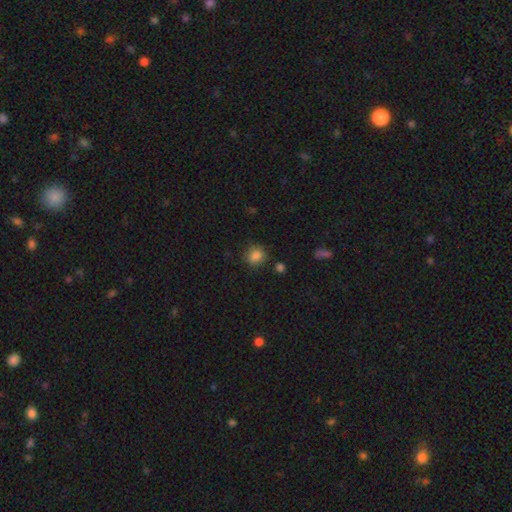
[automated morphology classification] Smooth or featured? Predicted: smooth (p=0.83). How rounded? Predicted: round (p=0.73). Merging? Predicted: none (p=0.80).